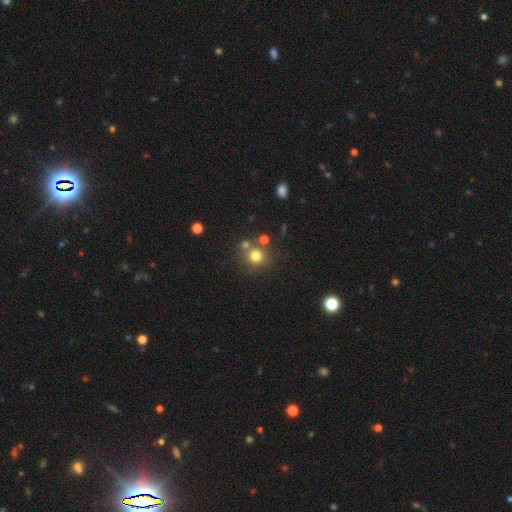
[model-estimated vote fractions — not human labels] Smooth or featured: smooth — 75% (star or artifact — 15%)
How rounded: round — 89% (in between — 10%)
Merging: none — 68% (merger — 17%)